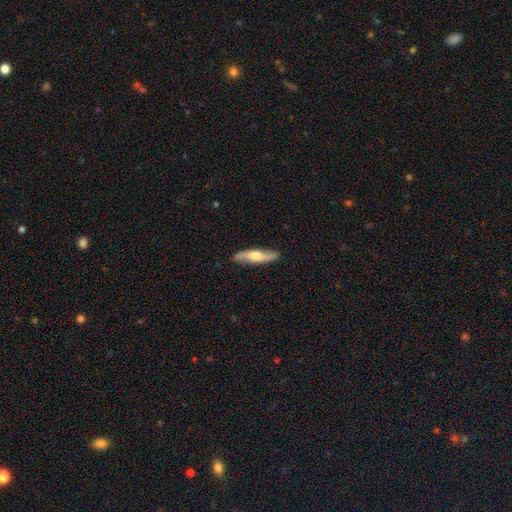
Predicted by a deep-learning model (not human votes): Morphology: type=featured or disk (60%); edge-on=yes (58%); merging=none (85%).